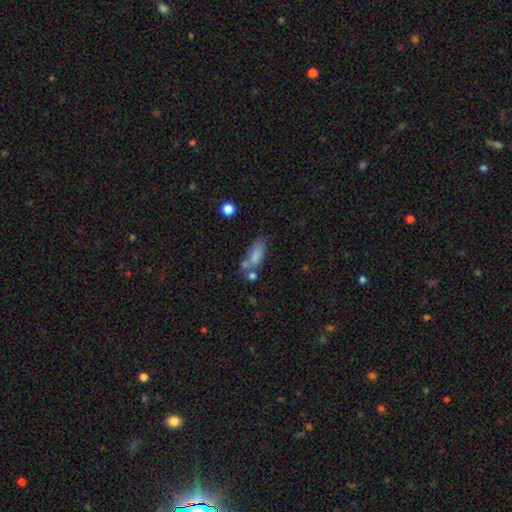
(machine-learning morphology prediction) Smooth or featured? smooth (78%)
How rounded? in between (83%)
Merging? none (42%)